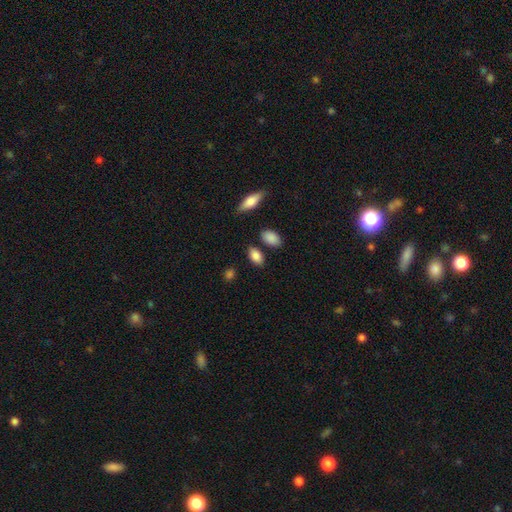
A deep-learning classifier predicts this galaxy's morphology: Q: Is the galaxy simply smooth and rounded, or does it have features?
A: smooth — 86%.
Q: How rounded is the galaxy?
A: in between — 90%.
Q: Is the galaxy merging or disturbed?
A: none — 80%.